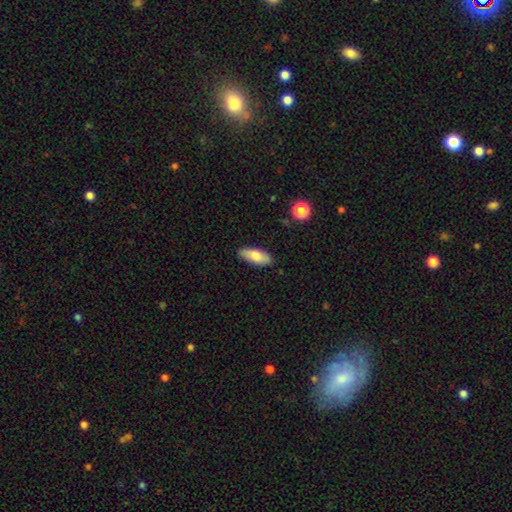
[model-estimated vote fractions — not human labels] Morphology: type=smooth (77%); roundness=in between (77%); merging=none (87%).